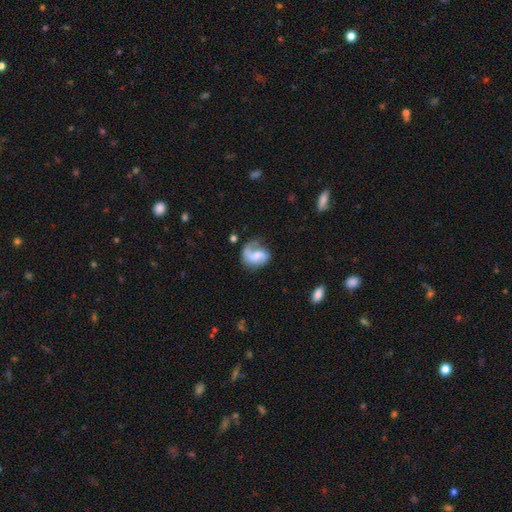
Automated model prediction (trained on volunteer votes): Smooth or featured? featured or disk (67%)
Edge-on disk? no (98%)
Bar? no (47%)
Spiral arms? yes (90%)
Spiral winding? loose (51%)
Spiral arm count? 2 (56%)
Bulge size? small (34%)
Merging? none (47%)